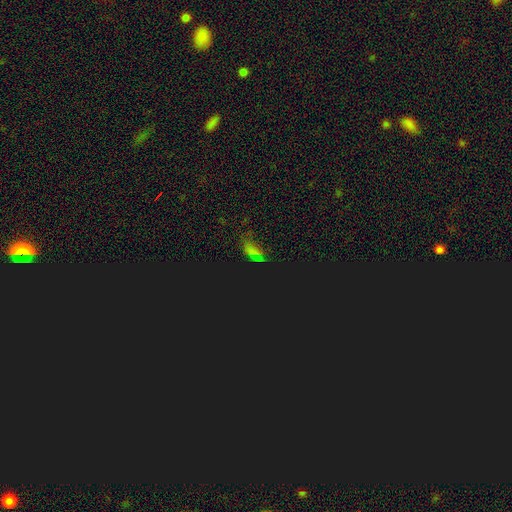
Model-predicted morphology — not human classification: smooth_or_featured: star or artifact (p=0.64) [alt: smooth p=0.27]